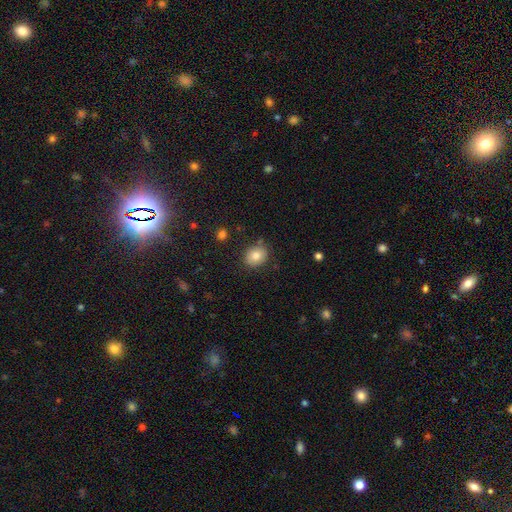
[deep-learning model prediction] This is clearly a smooth galaxy (82%). How rounded: possibly round (58%). Merging: clearly none (82%).